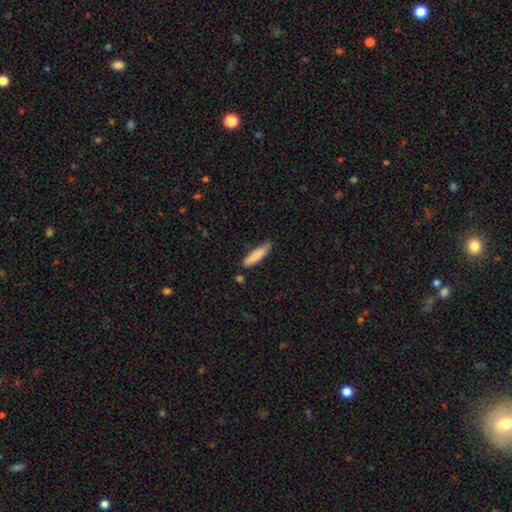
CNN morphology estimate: Q: Smooth or featured?
A: smooth (85%); runner-up: featured or disk (9%)
Q: How rounded?
A: cigar-shaped (76%); runner-up: in between (22%)
Q: Merging?
A: none (78%); runner-up: minor disturbance (16%)